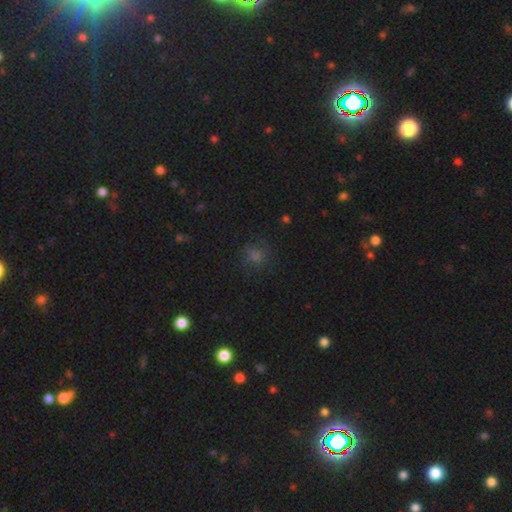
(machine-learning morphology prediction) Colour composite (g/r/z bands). It shows a smooth galaxy with no disk features (57%) that is round (83%). Merging: none (79%).